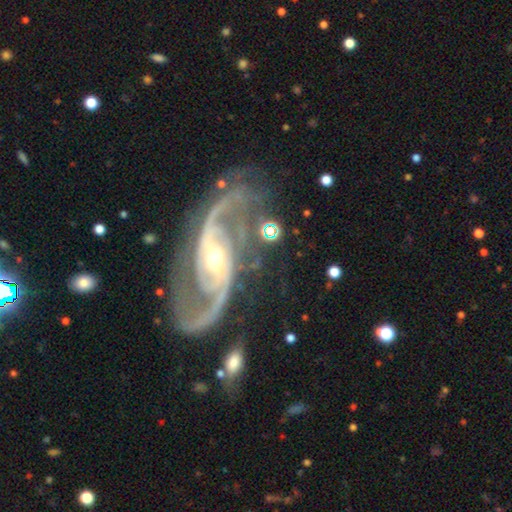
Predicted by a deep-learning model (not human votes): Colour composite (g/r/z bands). It shows a featured or disk galaxy (93%) with no bar (35%, tied with weak), 2 (90%) medium (54%) spiral arms (98%) and a moderate central bulge (48%). Merging: none (68%).